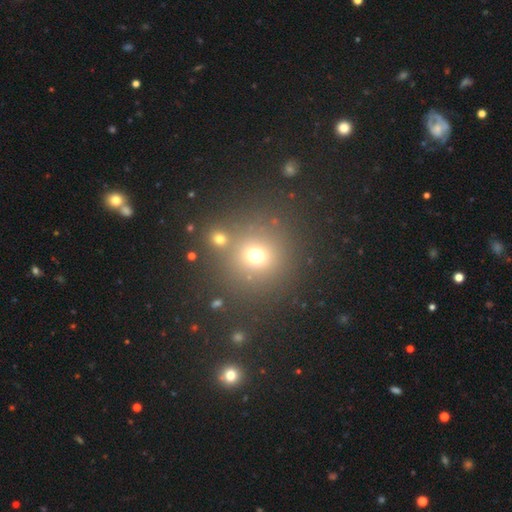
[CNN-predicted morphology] This is likely a smooth galaxy (67%). How rounded: clearly round (90%). Merging: likely none (71%).